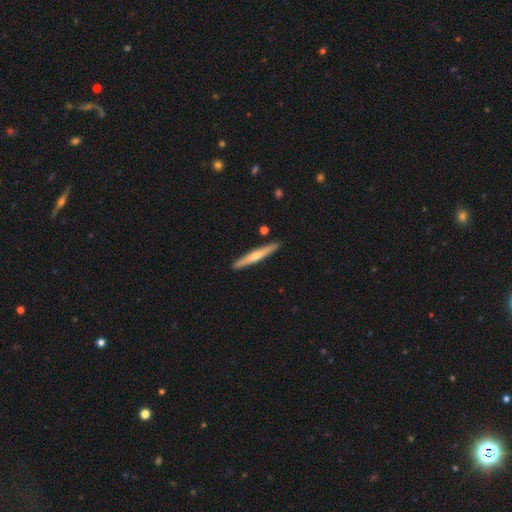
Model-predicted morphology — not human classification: Smooth or featured: featured or disk — 60% (smooth — 34%)
Edge-on disk: yes — 97% (no — 3%)
Edge-on bulge: rounded — 80% (none — 16%)
Merging: none — 91% (minor disturbance — 6%)